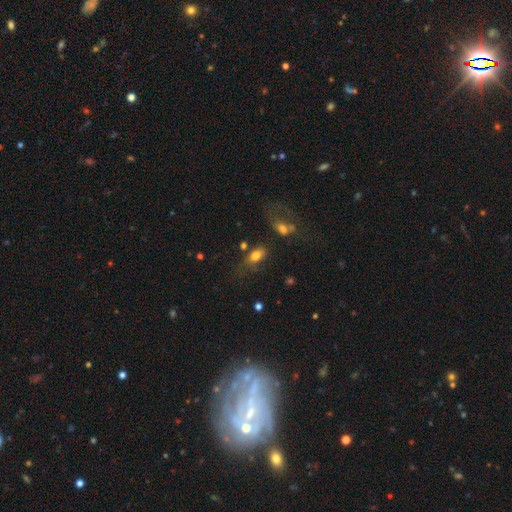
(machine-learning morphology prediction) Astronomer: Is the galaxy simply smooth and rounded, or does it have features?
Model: smooth — 77%.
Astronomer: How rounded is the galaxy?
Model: in between — 87%.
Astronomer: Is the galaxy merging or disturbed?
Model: none — 53%.